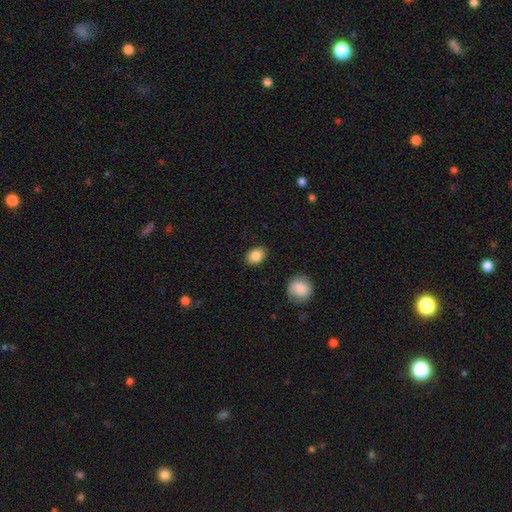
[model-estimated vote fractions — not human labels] This is clearly a smooth galaxy (86%). How rounded: likely in between (72%). Merging: clearly none (87%).